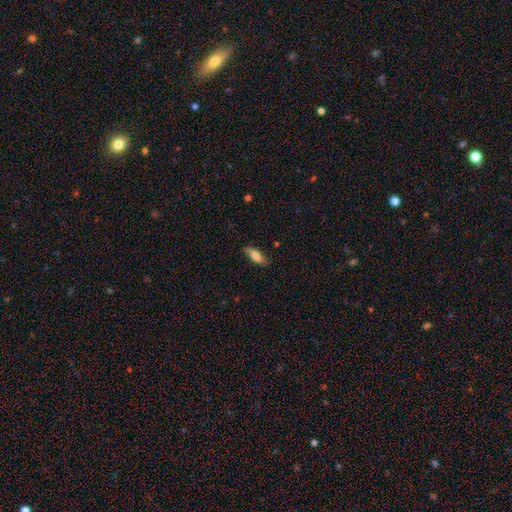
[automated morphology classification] Q: Smooth or featured?
A: smooth (75%); runner-up: featured or disk (18%)
Q: How rounded?
A: in between (66%); runner-up: cigar-shaped (32%)
Q: Merging?
A: none (79%); runner-up: minor disturbance (16%)